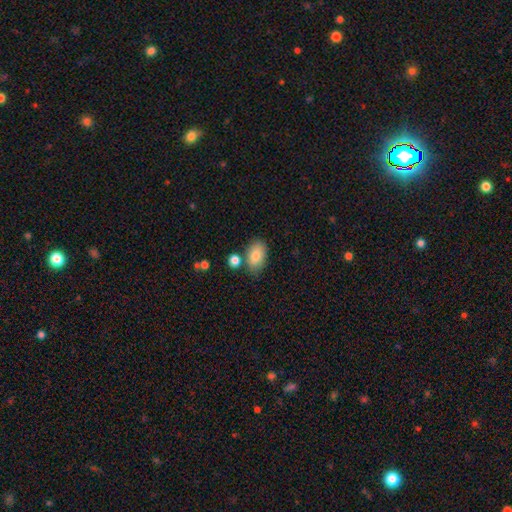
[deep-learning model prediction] The model was most divided on "merging": none: 72%, minor disturbance: 14%, merger: 11%, major disturbance: 3%. More confident: how rounded — in between (90%); smooth or featured — smooth (81%).